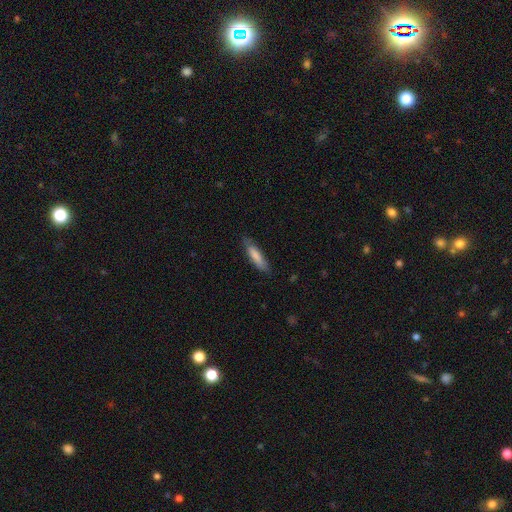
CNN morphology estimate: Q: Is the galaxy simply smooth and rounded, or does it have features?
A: smooth — 81%.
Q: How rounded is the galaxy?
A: cigar-shaped — 73%.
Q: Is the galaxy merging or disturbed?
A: none — 79%.